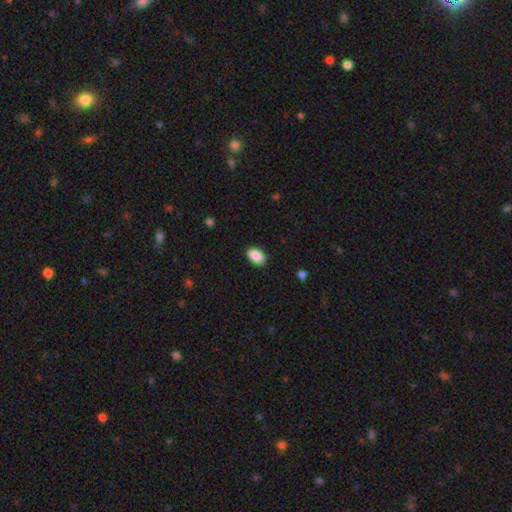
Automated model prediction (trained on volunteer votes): Smooth or featured?
  - smooth: 90% *
  - star or artifact: 7%
  - featured or disk: 3%
How rounded?
  - in between: 89% *
  - round: 9%
  - cigar-shaped: 1%
Merging?
  - none: 87% *
  - minor disturbance: 9%
  - major disturbance: 2%
  - merger: 1%